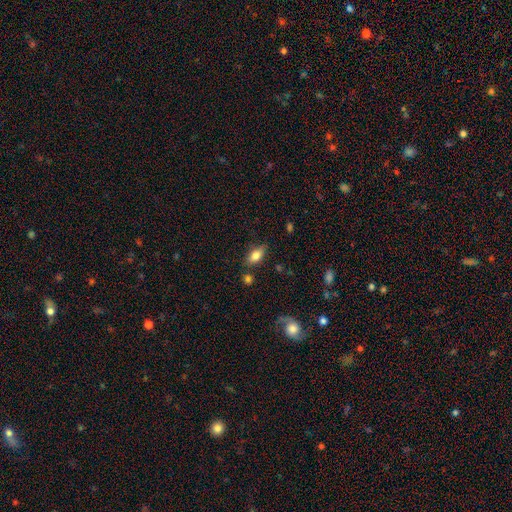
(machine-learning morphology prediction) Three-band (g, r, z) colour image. It shows a smooth galaxy with no disk features (80%) that is in between round and cigar-shaped (87%). Merging: none (75%).